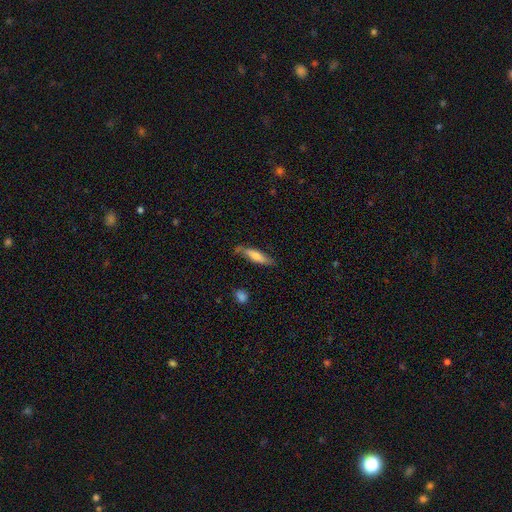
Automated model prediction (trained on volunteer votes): Overall: smooth (65%; featured or disk 29%). How rounded: cigar-shaped (73%). Merging: none (68%).